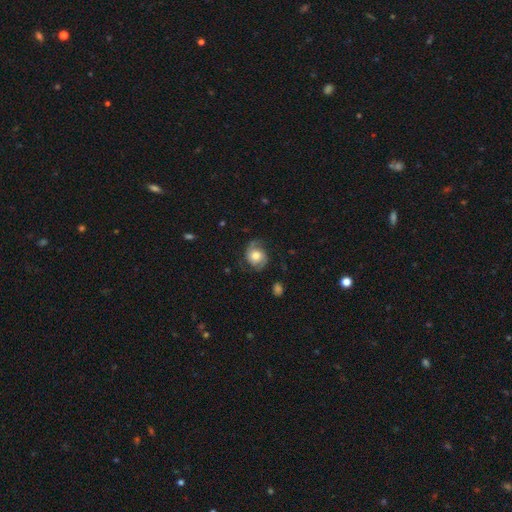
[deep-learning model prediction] The model was most divided on "spiral winding": medium: 44%, tight: 31%, loose: 25%. More confident: edge-on disk — no (97%); spiral arms — yes (91%); spiral arm count — 2 (85%); bar — no (73%); merging — none (69%); smooth or featured — featured or disk (63%); bulge size — moderate (54%).